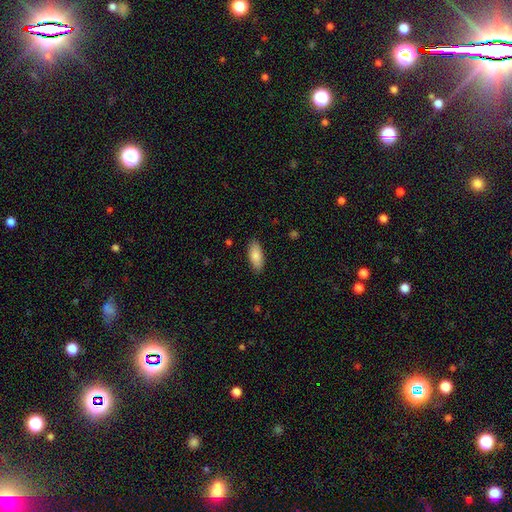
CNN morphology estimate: smooth-or-featured: smooth: 84% | featured or disk: 10% | star or artifact: 6%
  how-rounded: in between: 83% | cigar-shaped: 15% | round: 2%
  merging: none: 87% | minor disturbance: 10% | major disturbance: 2% | merger: 1%